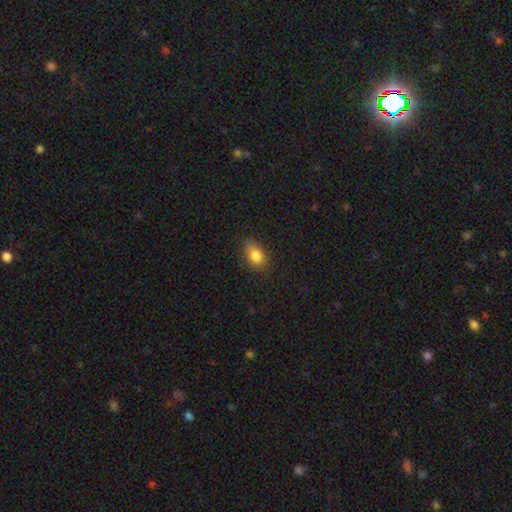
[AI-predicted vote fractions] Morphology: type=smooth (82%); roundness=in between (73%); merging=none (66%).